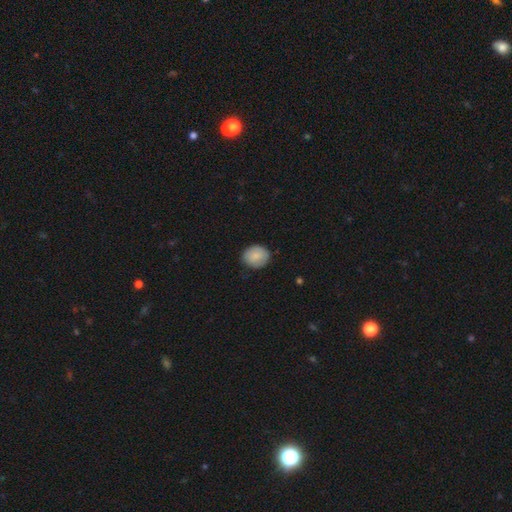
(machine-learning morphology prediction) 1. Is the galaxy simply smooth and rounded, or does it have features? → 85% smooth, 8% featured or disk, 7% star or artifact.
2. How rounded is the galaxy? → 70% round, 29% in between, 1% cigar-shaped.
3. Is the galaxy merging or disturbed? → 83% none, 14% minor disturbance, 3% major disturbance, 1% merger.